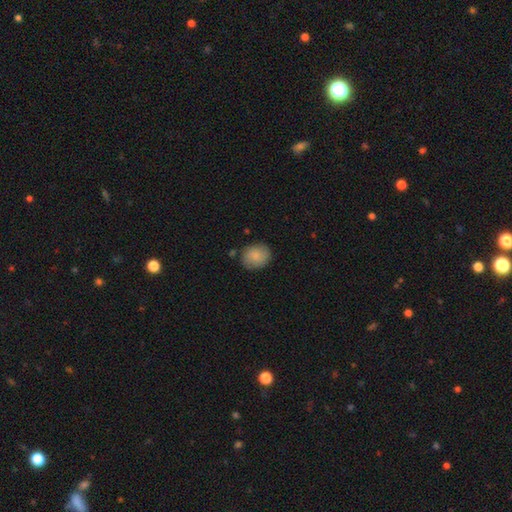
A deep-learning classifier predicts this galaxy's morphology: Overall: smooth (83%). How rounded: round (66%; in between 33%). Merging: none (80%).